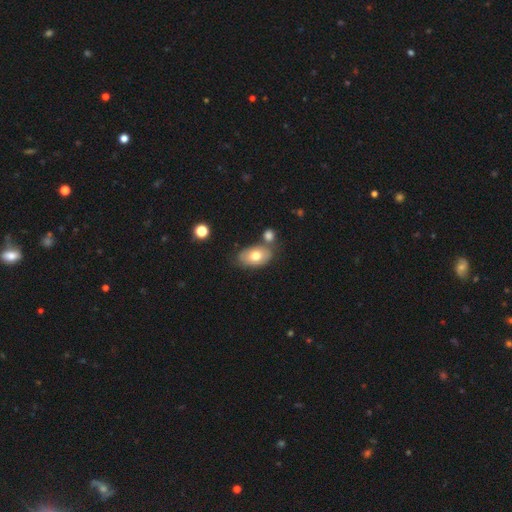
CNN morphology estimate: Overall: smooth (70%). How rounded: in between (89%). Merging: none (57%; merger 21%).